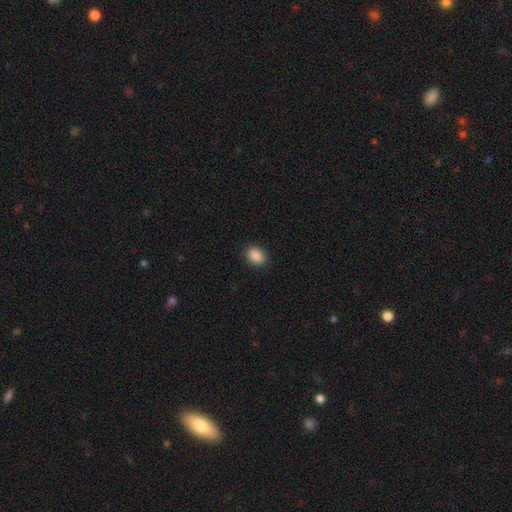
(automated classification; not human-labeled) This appears to be a smooth galaxy with no disk features (89%) that is in between round and cigar-shaped (66%). Merging: none (90%).